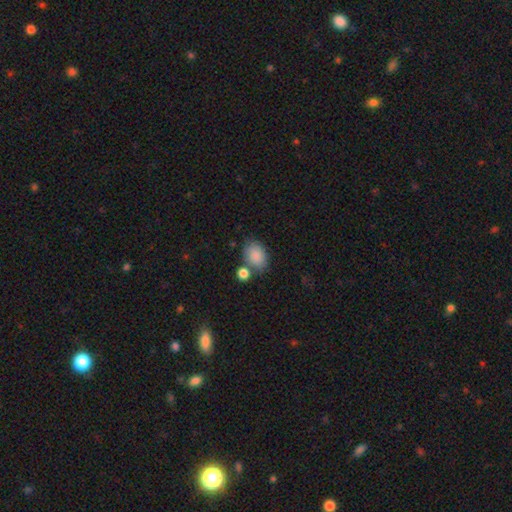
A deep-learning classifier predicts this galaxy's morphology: smooth-or-featured: smooth: 87% | star or artifact: 7% | featured or disk: 5%
  how-rounded: in between: 80% | round: 19% | cigar-shaped: 1%
  merging: none: 63% | minor disturbance: 16% | merger: 16% | major disturbance: 5%